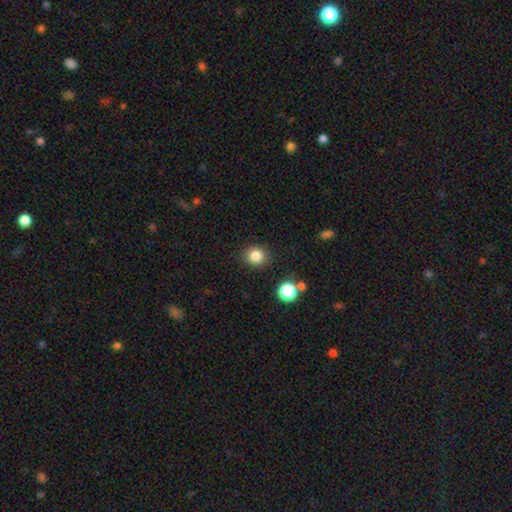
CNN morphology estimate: This appears to be a smooth galaxy with no disk features (83%) that is round (83%). Merging: none (88%).